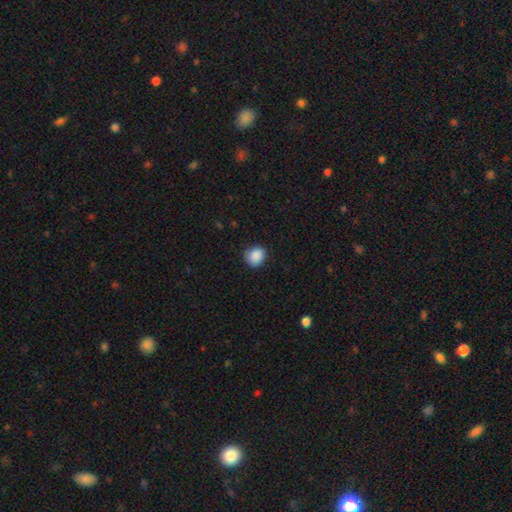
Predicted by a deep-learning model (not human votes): Smooth or featured? smooth (88%)
How rounded? round (71%)
Merging? none (81%)